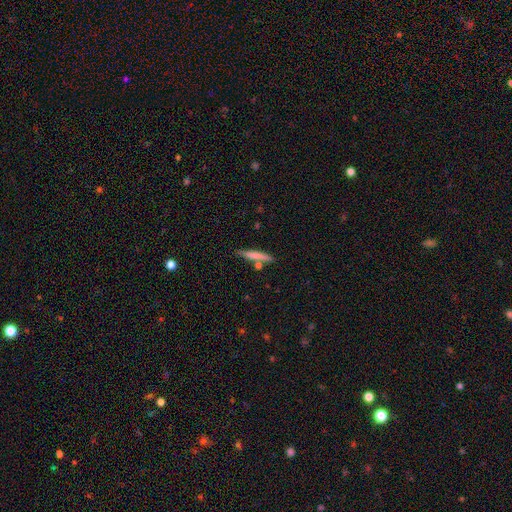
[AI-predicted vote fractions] This is likely a smooth galaxy (72%). How rounded: clearly cigar-shaped (93%). Merging: likely none (77%).